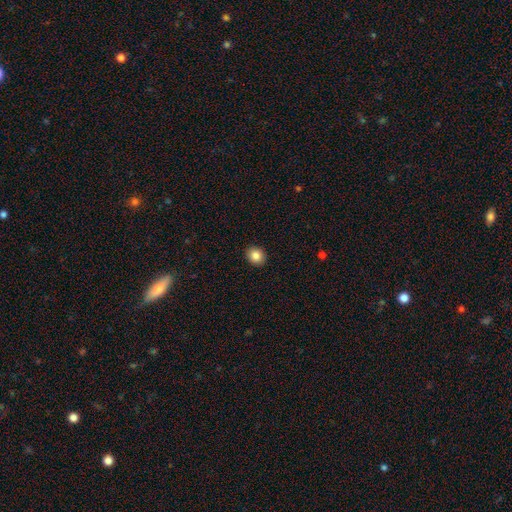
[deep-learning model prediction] Smooth or featured?
  - smooth: 85% *
  - star or artifact: 9%
  - featured or disk: 5%
How rounded?
  - round: 72% *
  - in between: 27%
  - cigar-shaped: 1%
Merging?
  - none: 92% *
  - minor disturbance: 6%
  - major disturbance: 2%
  - merger: 1%